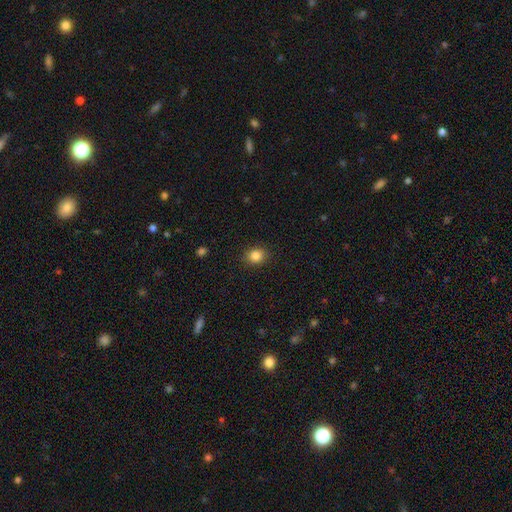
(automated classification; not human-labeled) Overall: smooth (84%). How rounded: round (72%). Merging: none (90%).